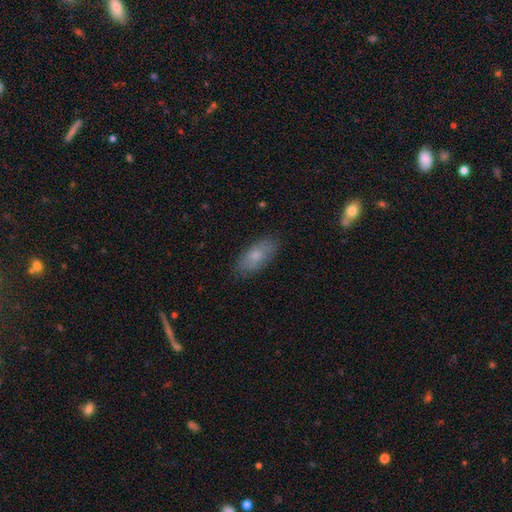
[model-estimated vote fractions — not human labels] A smooth galaxy with no disk features (71%) that is in between round and cigar-shaped (85%).

Vote fractions:
- Smooth or featured? smooth: 71% / featured or disk: 22% / star or artifact: 7%
- How rounded? in between: 85% / cigar-shaped: 12% / round: 3%
- Merging? none: 83% / minor disturbance: 13% / major disturbance: 3% / merger: 1%